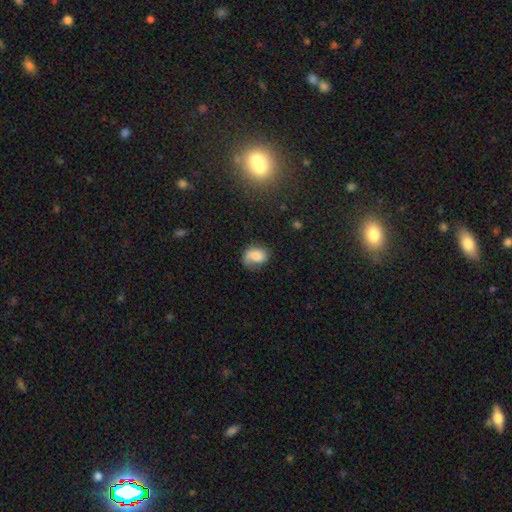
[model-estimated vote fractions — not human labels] Overall: smooth (67%). How rounded: in between (68%; round 30%). Merging: none (46%; minor disturbance 30%).